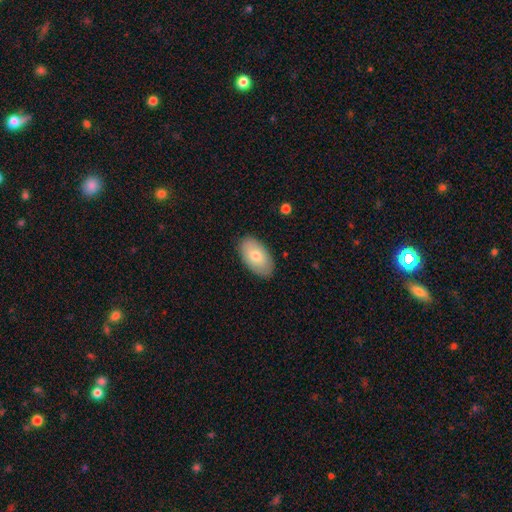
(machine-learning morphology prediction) The model was most divided on "smooth or featured": smooth: 77%, featured or disk: 18%, star or artifact: 6%. More confident: how rounded — in between (95%); merging — none (86%).